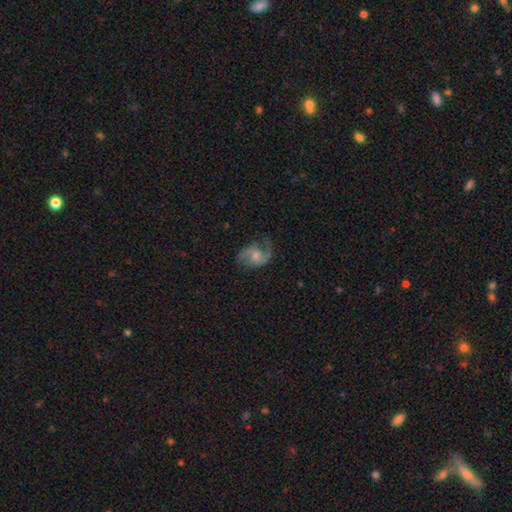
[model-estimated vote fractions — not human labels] Smooth or featured? featured or disk (76%)
Edge-on disk? no (97%)
Bar? no (59%)
Spiral arms? yes (94%)
Spiral winding? loose (44%, tied with medium)
Spiral arm count? 2 (83%)
Bulge size? moderate (48%)
Merging? none (61%)